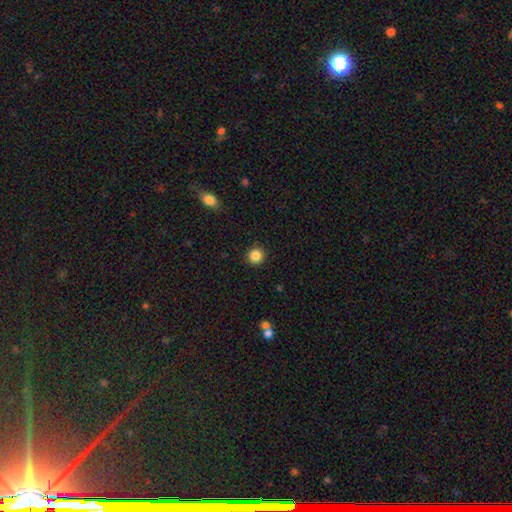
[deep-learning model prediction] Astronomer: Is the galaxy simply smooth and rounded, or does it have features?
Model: smooth — 86%.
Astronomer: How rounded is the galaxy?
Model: round — 93%.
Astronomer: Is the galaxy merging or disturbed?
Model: none — 92%.